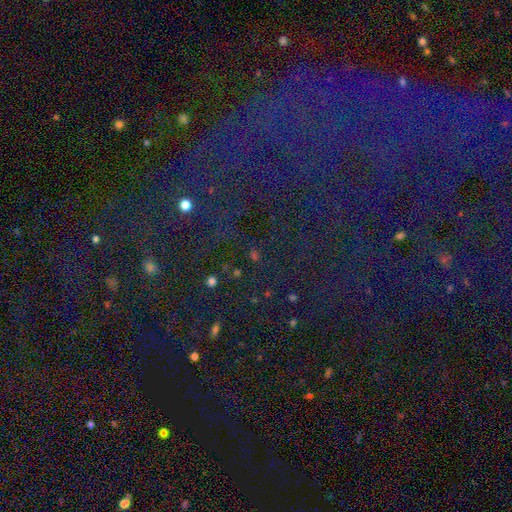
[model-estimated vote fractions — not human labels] smooth_or_featured: star or artifact (p=0.83) [alt: smooth p=0.08]